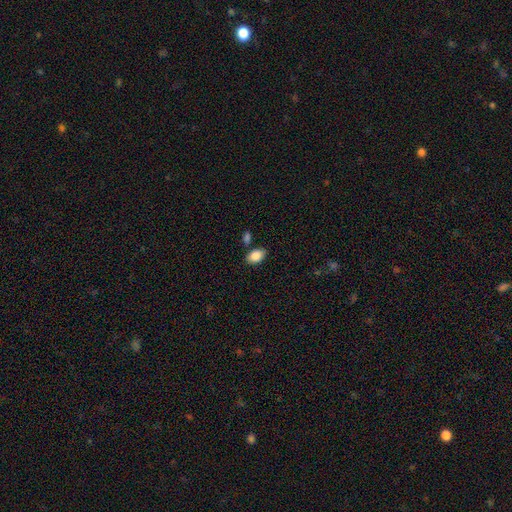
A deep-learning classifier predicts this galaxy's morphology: smooth-or-featured: smooth: 87% | star or artifact: 7% | featured or disk: 6%
  how-rounded: in between: 90% | round: 9% | cigar-shaped: 1%
  merging: none: 77% | minor disturbance: 12% | merger: 8% | major disturbance: 3%